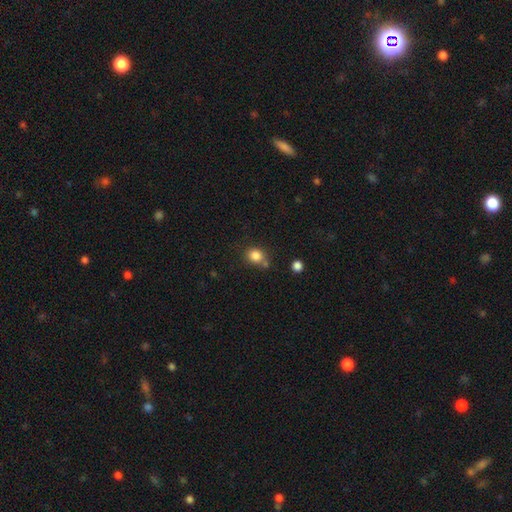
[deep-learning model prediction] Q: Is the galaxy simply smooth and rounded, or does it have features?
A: smooth — 84%.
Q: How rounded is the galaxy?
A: round — 72%.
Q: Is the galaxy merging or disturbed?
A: none — 62%.